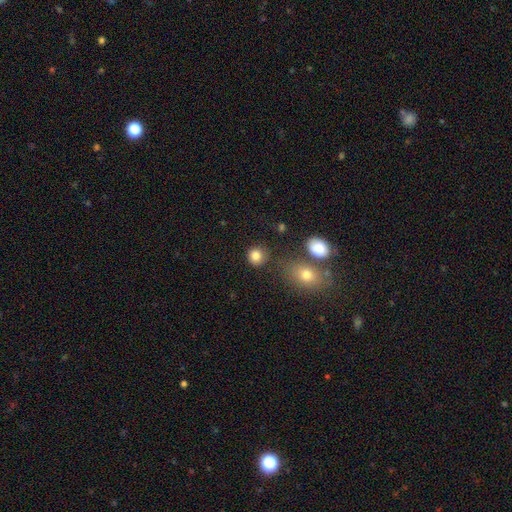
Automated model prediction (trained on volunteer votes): Smooth or featured: smooth — 84% (star or artifact — 11%)
How rounded: round — 87% (in between — 12%)
Merging: none — 82% (minor disturbance — 9%)